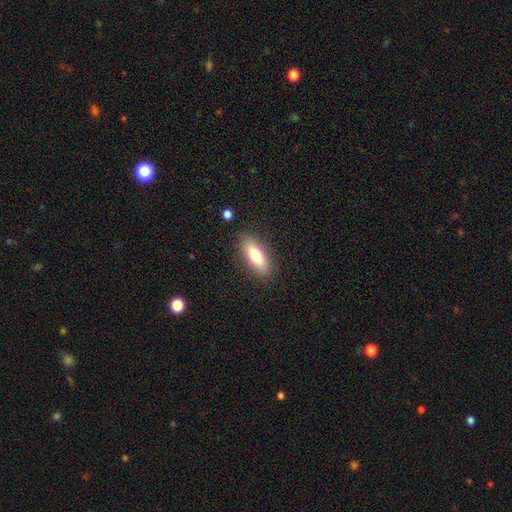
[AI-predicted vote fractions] A smooth galaxy with no disk features (74%) that is in between round and cigar-shaped (69%).

Vote fractions:
- Smooth or featured? smooth: 74% / featured or disk: 19% / star or artifact: 7%
- How rounded? in between: 69% / cigar-shaped: 28% / round: 3%
- Merging? none: 87% / minor disturbance: 9% / major disturbance: 3% / merger: 1%